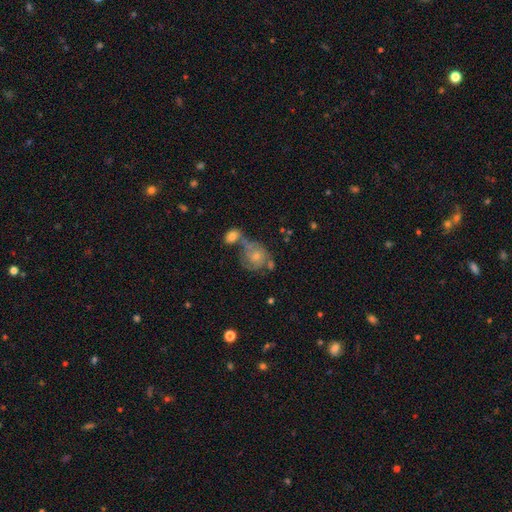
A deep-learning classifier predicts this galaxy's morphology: This is possibly a featured or disk galaxy (48%). Merging: marginally merger (33%).